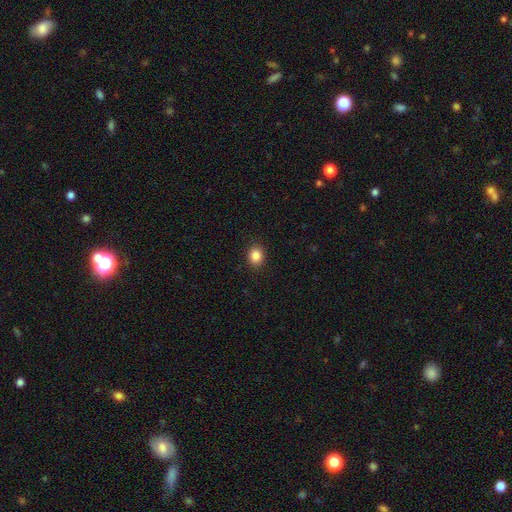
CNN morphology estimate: This is clearly a smooth galaxy (86%). How rounded: possibly round (55%). Merging: clearly none (90%).